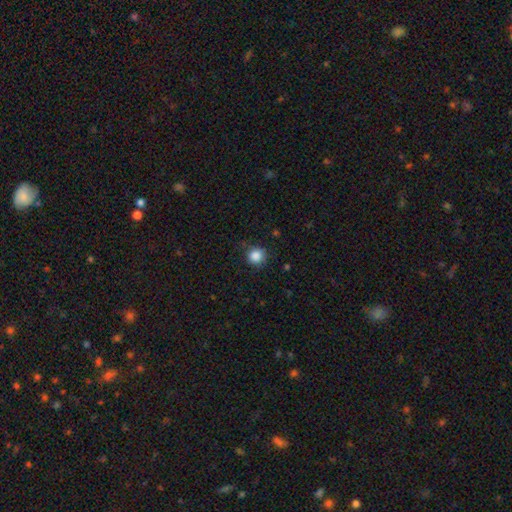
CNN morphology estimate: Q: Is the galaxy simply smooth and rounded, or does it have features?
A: smooth — 86%.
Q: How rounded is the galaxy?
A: round — 93%.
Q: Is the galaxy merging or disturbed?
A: none — 83%.